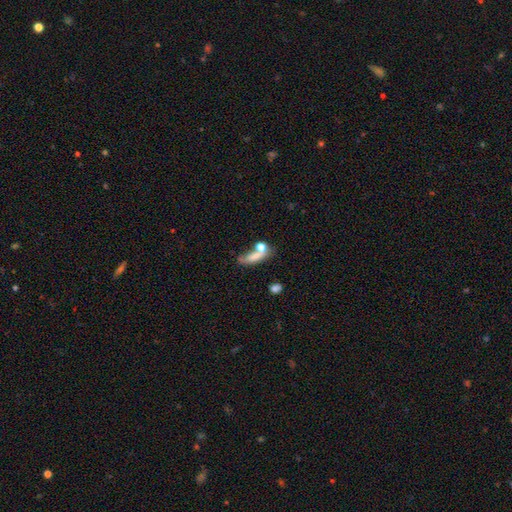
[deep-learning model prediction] smooth_or_featured: smooth (p=0.67) [alt: featured or disk p=0.20]
how_rounded: in between (p=0.51) [alt: cigar-shaped p=0.37]
merging: none (p=0.36) [alt: merger p=0.29]